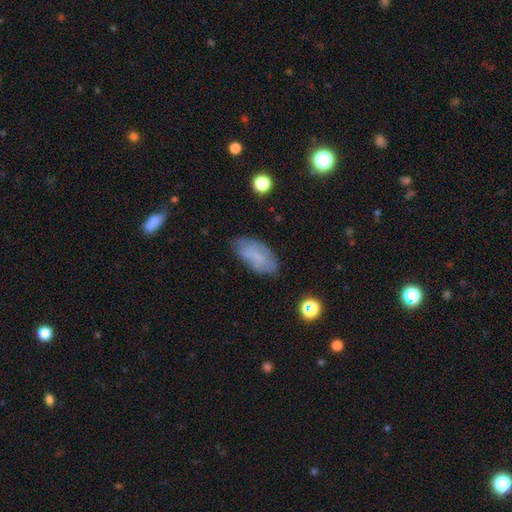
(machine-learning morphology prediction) This appears to be a smooth galaxy with no disk features (63%) that is in between round and cigar-shaped (91%). Merging: none (69%).